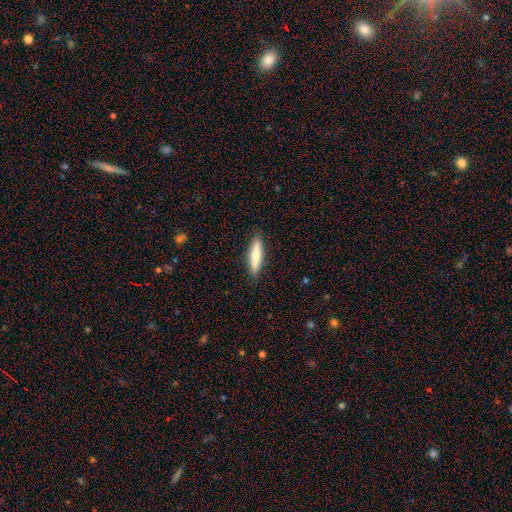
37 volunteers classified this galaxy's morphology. Smooth or featured: smooth — 76% (featured or disk — 19%)
How rounded: cigar-shaped — 89% (in between — 11%)
Merging: none — 83% (minor disturbance — 14%)